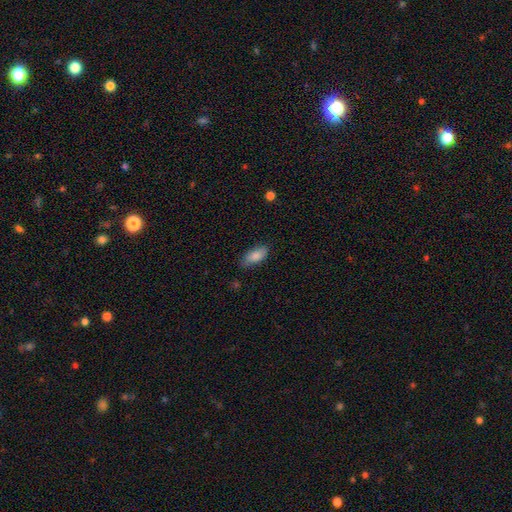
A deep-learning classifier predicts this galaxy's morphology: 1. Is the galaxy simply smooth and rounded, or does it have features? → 83% smooth, 10% featured or disk, 7% star or artifact.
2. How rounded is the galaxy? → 87% in between, 10% cigar-shaped, 3% round.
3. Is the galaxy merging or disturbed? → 77% none, 18% minor disturbance, 4% major disturbance, 1% merger.